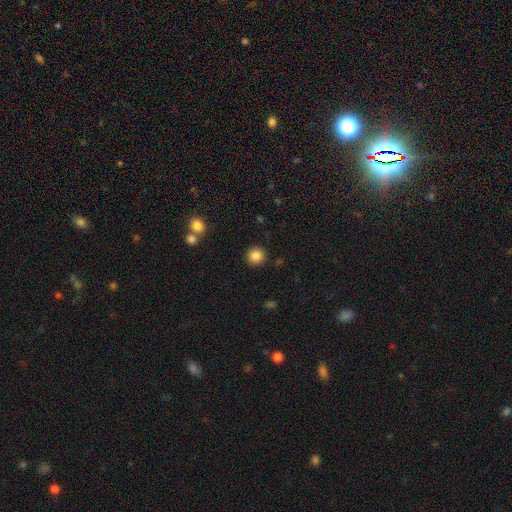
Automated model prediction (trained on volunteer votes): Smooth or featured?
  - smooth: 85% *
  - star or artifact: 10%
  - featured or disk: 5%
How rounded?
  - round: 92% *
  - in between: 7%
  - cigar-shaped: 1%
Merging?
  - none: 91% *
  - minor disturbance: 5%
  - major disturbance: 2%
  - merger: 2%